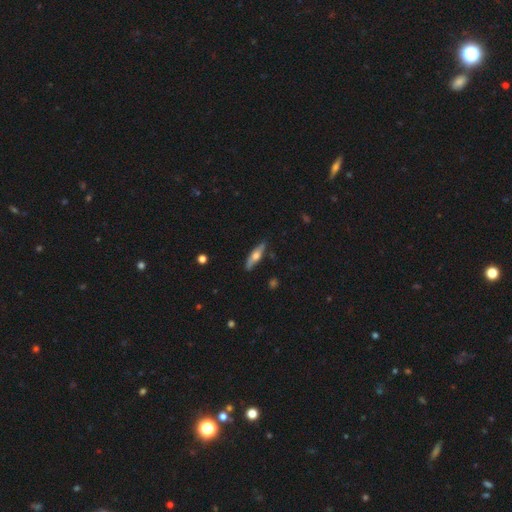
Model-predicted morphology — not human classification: smooth-or-featured: featured or disk: 47% (tied) | smooth: 47% (tied) | star or artifact: 6%
  merging: none: 83% | minor disturbance: 13% | major disturbance: 2% | merger: 2%